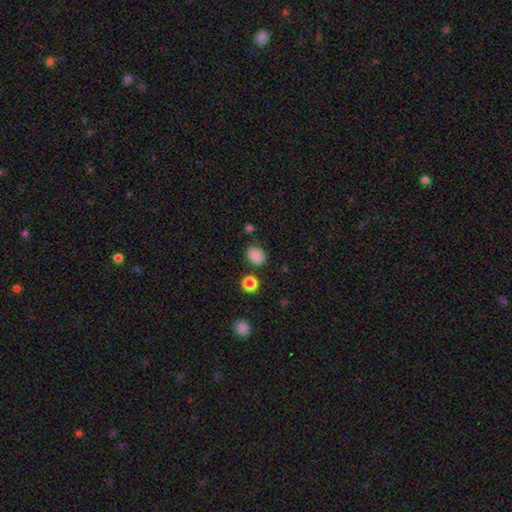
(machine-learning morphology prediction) type=smooth (83%); roundness=in between (58%); merging=none (72%).